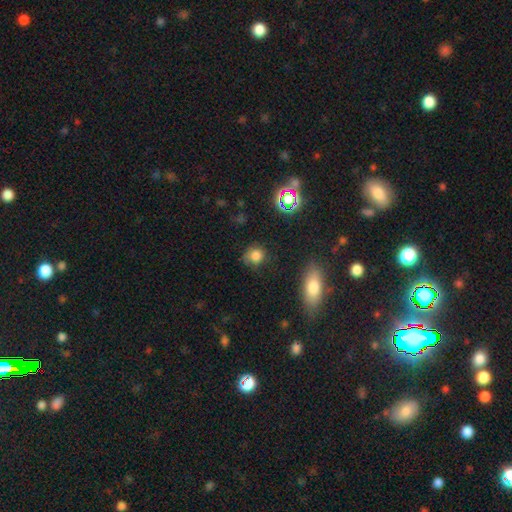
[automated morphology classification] A smooth galaxy with no disk features (77%) that is round (76%).

Vote fractions:
- Smooth or featured? smooth: 77% / star or artifact: 16% / featured or disk: 7%
- How rounded? round: 76% / in between: 22% / cigar-shaped: 2%
- Merging? none: 68% / minor disturbance: 22% / major disturbance: 7% / merger: 3%